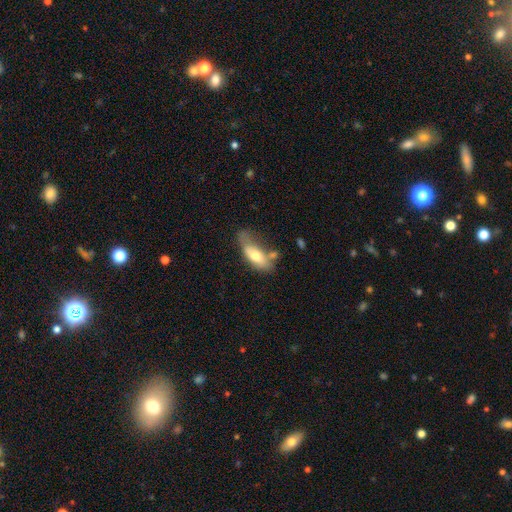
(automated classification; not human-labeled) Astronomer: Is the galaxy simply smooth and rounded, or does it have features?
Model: smooth — 64%.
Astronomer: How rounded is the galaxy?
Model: in between — 77%.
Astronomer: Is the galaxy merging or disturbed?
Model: none — 32% (runner-up: minor disturbance, 29%).